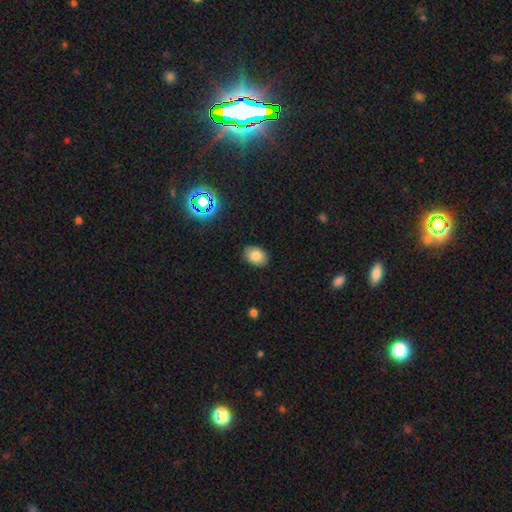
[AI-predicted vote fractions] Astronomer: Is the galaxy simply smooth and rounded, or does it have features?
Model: smooth — 81%.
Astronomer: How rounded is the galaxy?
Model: in between — 77%.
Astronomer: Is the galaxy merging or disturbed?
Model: none — 87%.